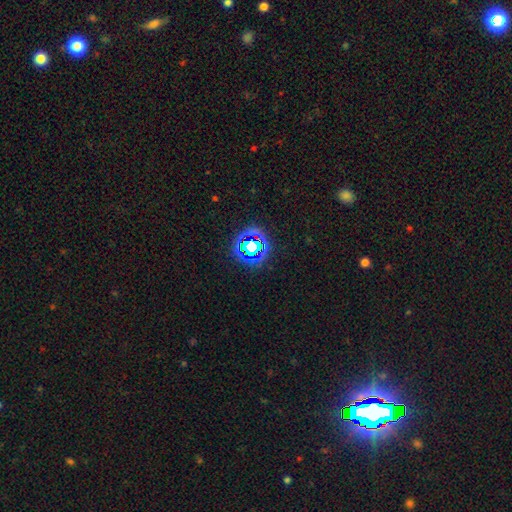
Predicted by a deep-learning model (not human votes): This is likely a star or artifact rather than a galaxy (77%).